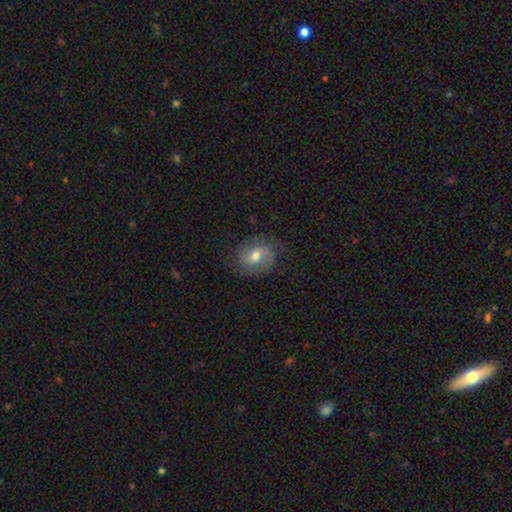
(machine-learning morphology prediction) Smooth or featured: featured or disk — 47% (smooth — 44%)
Merging: none — 72% (minor disturbance — 18%)